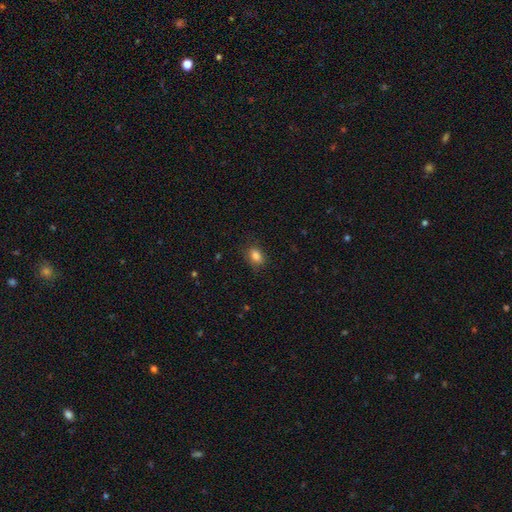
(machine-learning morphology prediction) This appears to be a smooth galaxy with no disk features (85%) that is in between round and cigar-shaped (81%). Merging: none (81%).